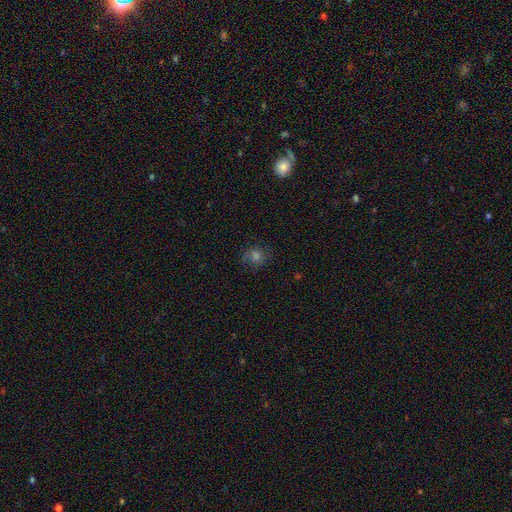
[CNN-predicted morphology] smooth-or-featured: smooth: 54% | featured or disk: 23% | star or artifact: 23%
  how-rounded: round: 74% | in between: 25% | cigar-shaped: 1%
  merging: none: 71% | minor disturbance: 18% | major disturbance: 9% | merger: 2%